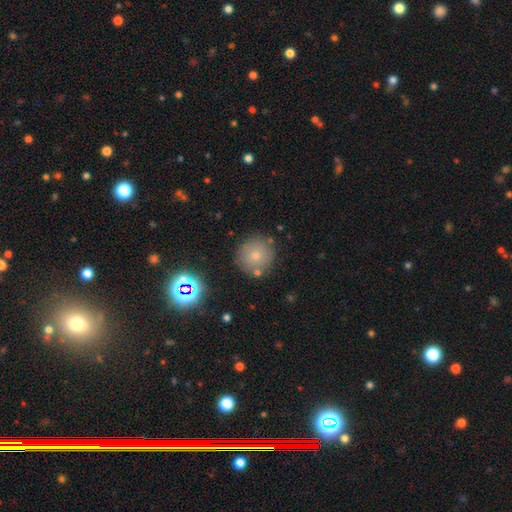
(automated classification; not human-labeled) Q: Smooth or featured?
A: smooth (73%); runner-up: star or artifact (14%)
Q: How rounded?
A: round (94%); runner-up: in between (5%)
Q: Merging?
A: none (81%); runner-up: minor disturbance (10%)